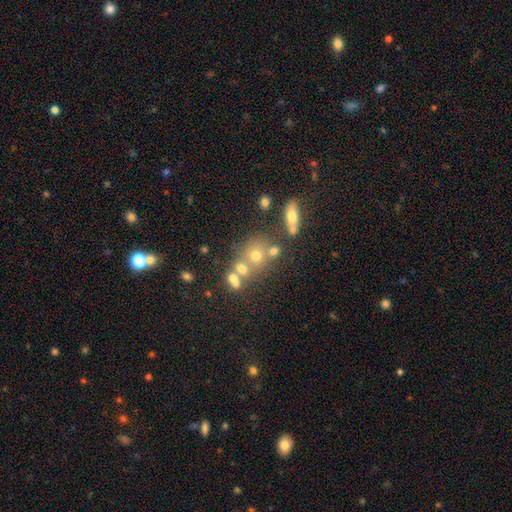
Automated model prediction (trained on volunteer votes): This is possibly a smooth galaxy (45%). Merging: possibly none (48%).